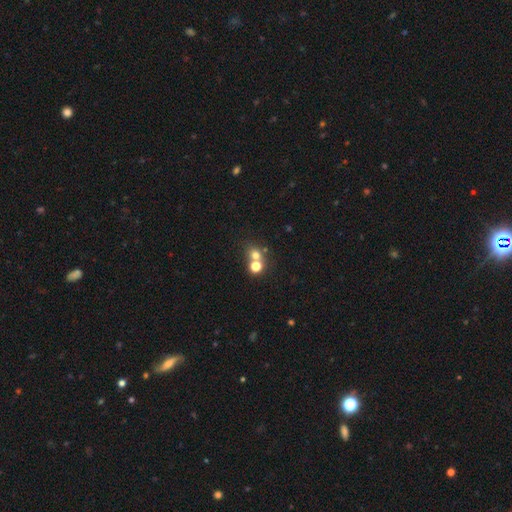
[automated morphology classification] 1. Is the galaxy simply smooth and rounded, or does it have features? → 67% smooth, 21% star or artifact, 12% featured or disk.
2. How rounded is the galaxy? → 78% round, 21% in between, 1% cigar-shaped.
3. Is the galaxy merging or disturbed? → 49% none, 41% merger, 6% minor disturbance, 4% major disturbance.